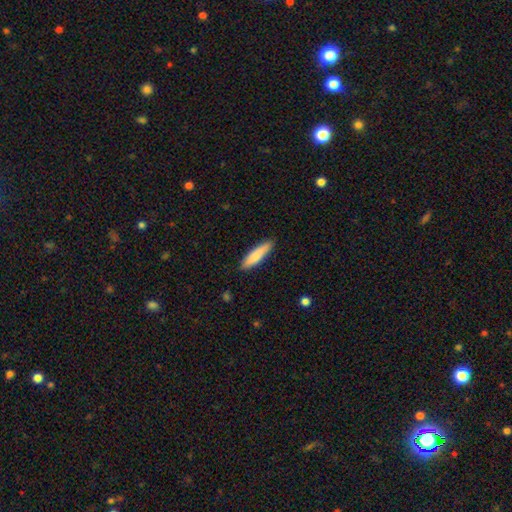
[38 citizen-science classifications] Volunteers were most divided on "merging": none: 83%, minor disturbance: 11%, major disturbance: 3%, merger: 3%. More confident: how rounded — cigar-shaped (88%); smooth or featured — smooth (84%).